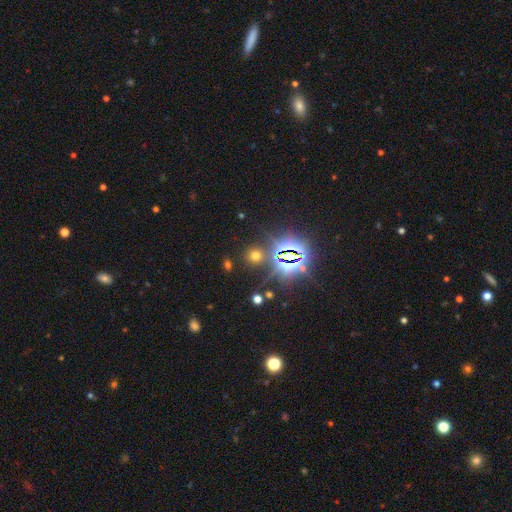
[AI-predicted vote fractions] Morphology: type=smooth (48%); merging=none (82%).